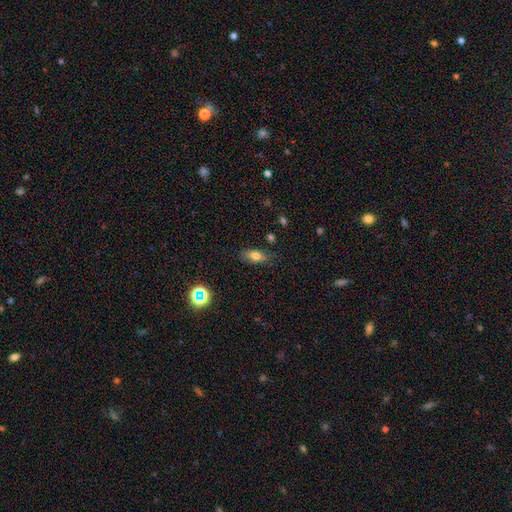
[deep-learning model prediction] Smooth or featured?
  - smooth: 72% *
  - featured or disk: 16%
  - star or artifact: 12%
How rounded?
  - in between: 79% *
  - cigar-shaped: 14%
  - round: 8%
Merging?
  - none: 78% *
  - minor disturbance: 16%
  - major disturbance: 4%
  - merger: 2%